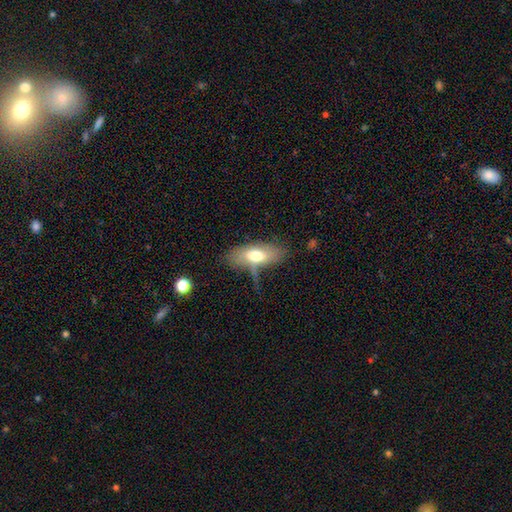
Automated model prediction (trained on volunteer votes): smooth_or_featured: smooth (p=0.67) [alt: featured or disk p=0.26]
how_rounded: in between (p=0.83) [alt: cigar-shaped p=0.14]
merging: none (p=0.47) [alt: minor disturbance p=0.28]